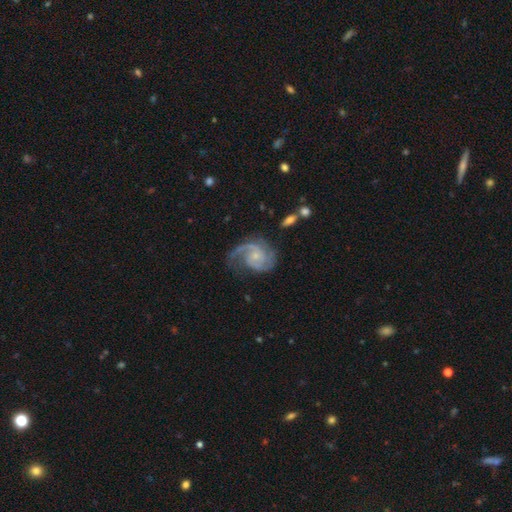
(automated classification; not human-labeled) Smooth or featured? Predicted: featured or disk (p=0.87). Edge-on disk? Predicted: no (p=0.98). Bar? Predicted: no (p=0.65). Spiral arms? Predicted: yes (p=0.97). Spiral winding? Predicted: medium (p=0.50). Spiral arm count? Predicted: 2 (p=0.59). Bulge size? Predicted: small (p=0.69). Merging? Predicted: none (p=0.56).